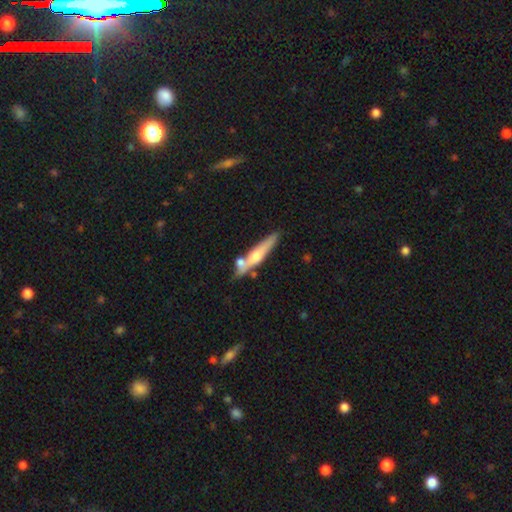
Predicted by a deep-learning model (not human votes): Q: Smooth or featured?
A: featured or disk (53%); runner-up: smooth (42%)
Q: Edge-on disk?
A: yes (90%); runner-up: no (10%)
Q: Merging?
A: none (66%); runner-up: merger (17%)